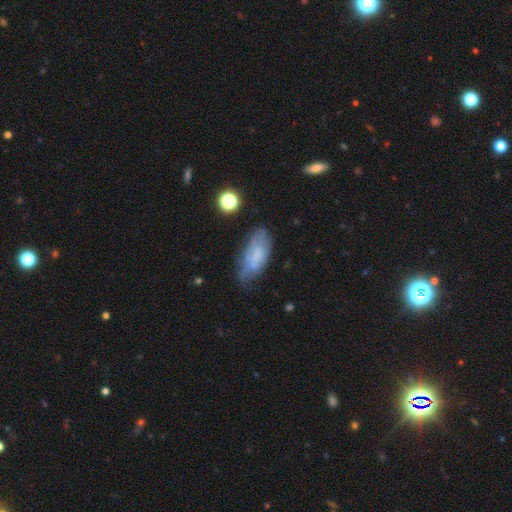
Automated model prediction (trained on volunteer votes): smooth_or_featured: smooth (p=0.57) [alt: featured or disk p=0.33]
how_rounded: in between (p=0.85) [alt: cigar-shaped p=0.13]
merging: none (p=0.52) [alt: minor disturbance p=0.31]